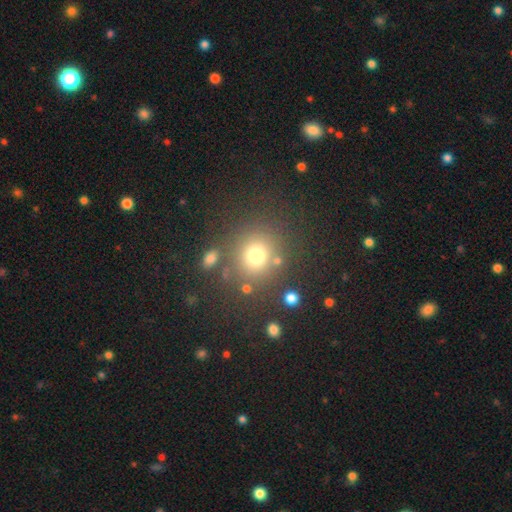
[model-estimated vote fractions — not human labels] smooth-or-featured: smooth: 74% | star or artifact: 17% | featured or disk: 9%
  how-rounded: round: 87% | in between: 12% | cigar-shaped: 1%
  merging: none: 78% | minor disturbance: 10% | merger: 7% | major disturbance: 6%